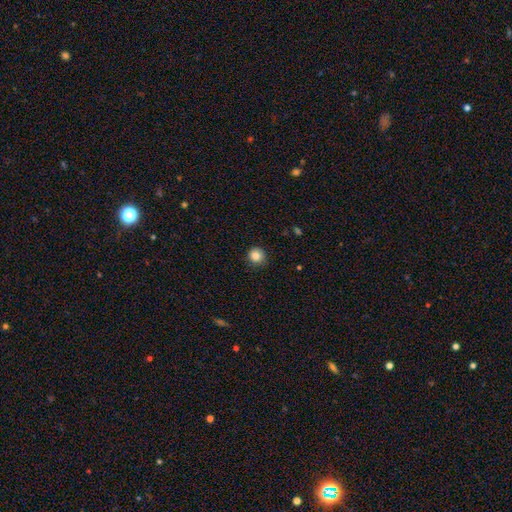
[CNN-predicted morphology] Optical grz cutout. It shows a smooth galaxy with no disk features (85%) that is round (93%). Merging: none (88%).